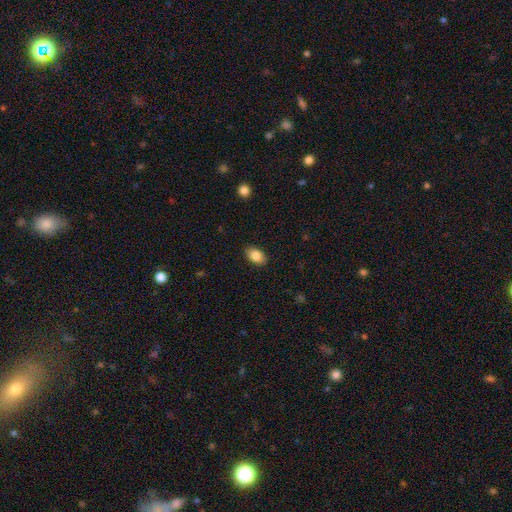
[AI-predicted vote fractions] Q: Smooth or featured?
A: smooth (84%); runner-up: featured or disk (8%)
Q: How rounded?
A: in between (89%); runner-up: round (9%)
Q: Merging?
A: none (88%); runner-up: minor disturbance (9%)